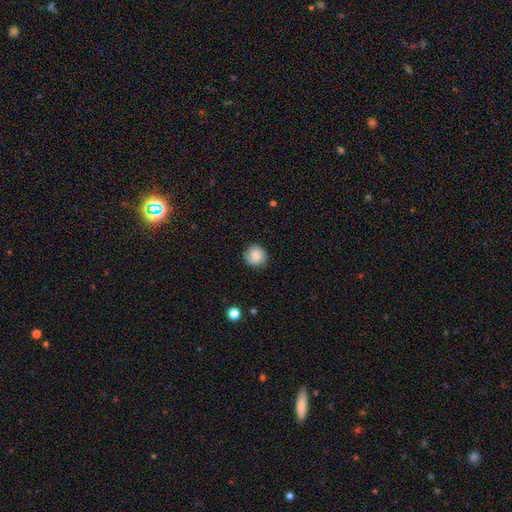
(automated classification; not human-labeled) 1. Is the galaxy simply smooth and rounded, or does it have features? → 79% smooth, 13% featured or disk, 8% star or artifact.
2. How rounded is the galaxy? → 91% round, 8% in between, 1% cigar-shaped.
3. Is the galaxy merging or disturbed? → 84% none, 12% minor disturbance, 3% major disturbance, 1% merger.